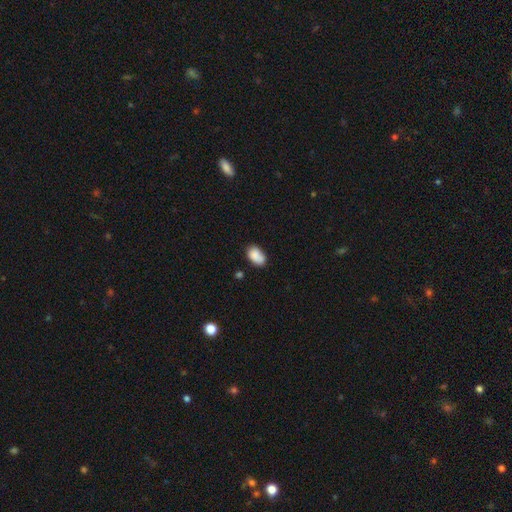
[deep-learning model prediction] Smooth or featured?
  - smooth: 86% *
  - star or artifact: 8%
  - featured or disk: 6%
How rounded?
  - in between: 90% *
  - round: 9%
  - cigar-shaped: 1%
Merging?
  - none: 69% *
  - minor disturbance: 22%
  - merger: 6%
  - major disturbance: 4%